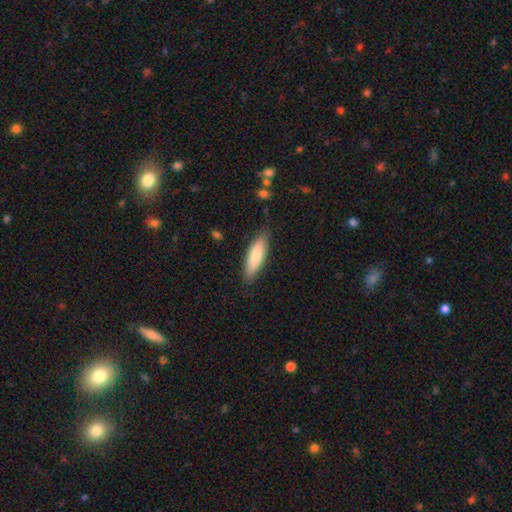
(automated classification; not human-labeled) Smooth or featured: smooth — 81% (featured or disk — 13%)
How rounded: cigar-shaped — 52% (in between — 47%)
Merging: none — 82% (minor disturbance — 14%)